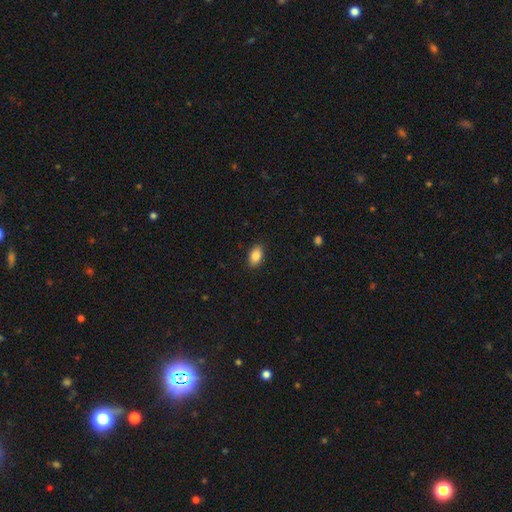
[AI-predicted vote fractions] A smooth galaxy with no disk features (87%) that is in between round and cigar-shaped (90%).

Vote fractions:
- Smooth or featured? smooth: 87% / star or artifact: 8% / featured or disk: 6%
- How rounded? in between: 90% / round: 7% / cigar-shaped: 2%
- Merging? none: 88% / minor disturbance: 9% / major disturbance: 2% / merger: 1%